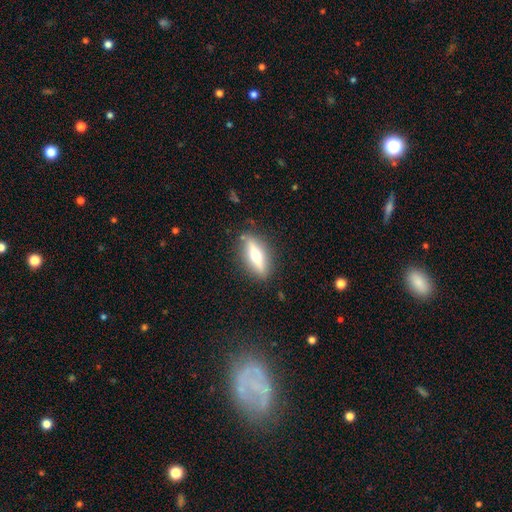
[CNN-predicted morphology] This is possibly a featured or disk galaxy (54%). It is clearly viewed edge-on (85%). Merging: clearly none (86%).